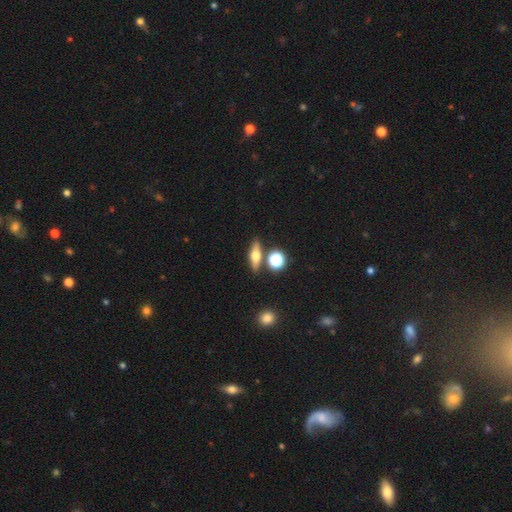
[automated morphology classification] Q: Smooth or featured?
A: smooth (45%); runner-up: featured or disk (44%)
Q: Merging?
A: none (79%); runner-up: minor disturbance (9%)